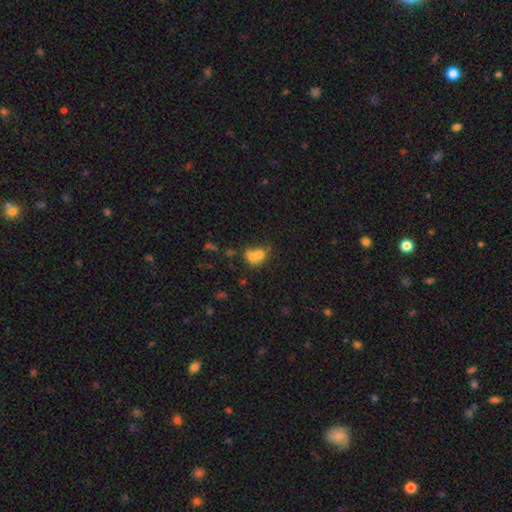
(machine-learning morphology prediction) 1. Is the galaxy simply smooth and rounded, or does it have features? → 67% smooth, 20% featured or disk, 13% star or artifact.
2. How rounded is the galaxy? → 58% round, 41% in between, 1% cigar-shaped.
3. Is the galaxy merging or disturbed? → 69% merger, 21% none, 6% minor disturbance, 4% major disturbance.